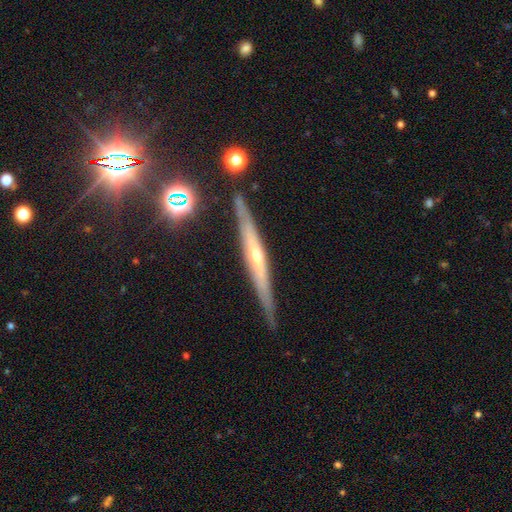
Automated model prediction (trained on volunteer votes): smooth_or_featured: featured or disk (p=0.74) [alt: smooth p=0.17]
disk_edge_on: yes (p=0.96) [alt: no p=0.04]
edge_on_bulge: rounded (p=0.60) [alt: none p=0.35]
merging: none (p=0.87) [alt: minor disturbance p=0.10]